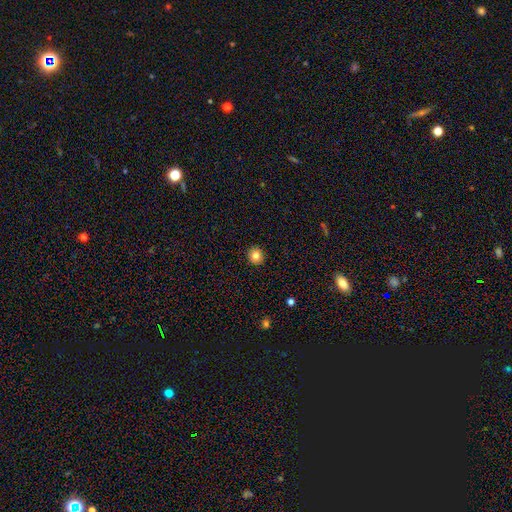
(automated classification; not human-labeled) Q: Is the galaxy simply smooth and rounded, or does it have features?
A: smooth — 81%.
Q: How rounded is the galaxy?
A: round — 91%.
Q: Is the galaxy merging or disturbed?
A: none — 92%.